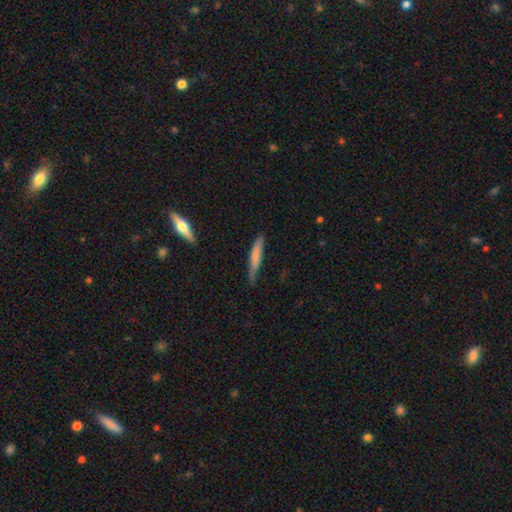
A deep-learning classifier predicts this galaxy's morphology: A smooth galaxy with no disk features (71%) that is cigar-shaped (92%). Merging: none (69%).